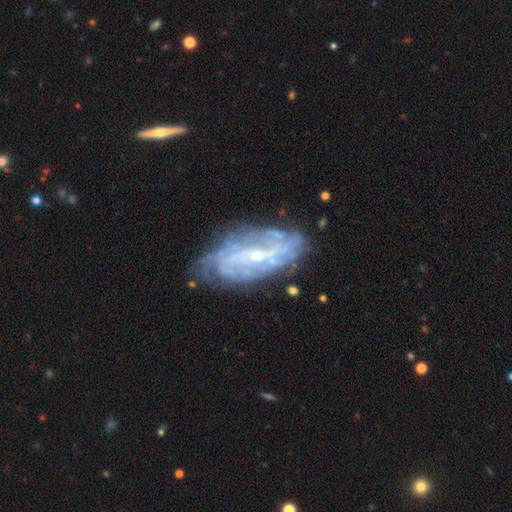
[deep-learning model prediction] A featured or disk galaxy (81%) with a weak bar (43%), tight (62%) spiral arms (86%) and a small central bulge (71%).

Vote fractions:
- Smooth or featured? featured or disk: 81% / smooth: 12% / star or artifact: 7%
- Edge-on disk? no: 91% / yes: 9%
- Bar? weak: 43% / no: 34% / strong: 24%
- Spiral arms? yes: 86% / no: 14%
- Spiral winding? tight: 62% / medium: 27% / loose: 11%
- Spiral arm count? can't tell: 52% / 2: 14% / 4: 12% / 3: 10% / more than 4: 8% / 1: 5%
- Bulge size? small: 71% / moderate: 23% / none: 4% / large: 1% / dominant: 1%
- Merging? none: 68% / minor disturbance: 21% / major disturbance: 8% / merger: 2%